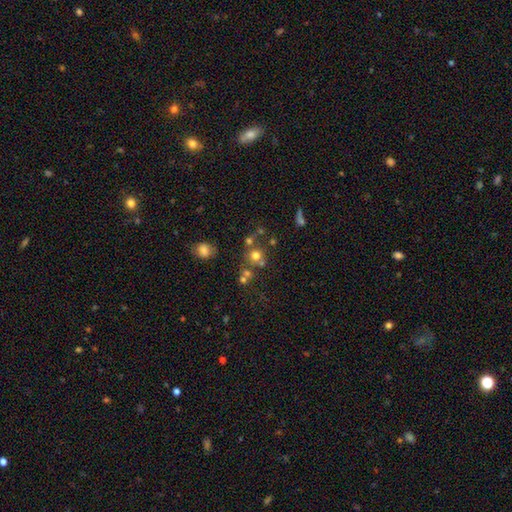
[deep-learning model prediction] Smooth or featured? smooth (66%)
How rounded? round (88%)
Merging? none (59%)